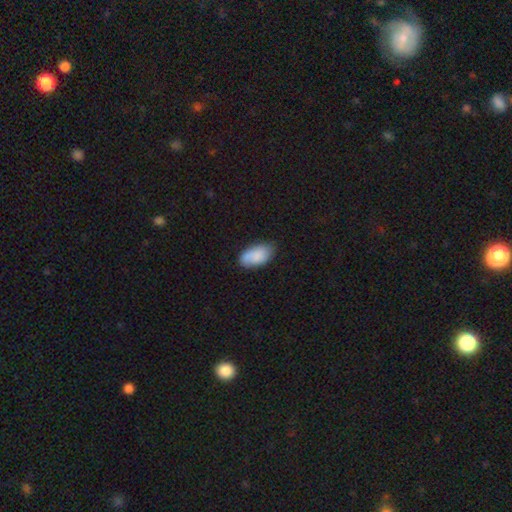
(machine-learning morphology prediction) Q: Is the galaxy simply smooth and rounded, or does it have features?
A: smooth — 85%.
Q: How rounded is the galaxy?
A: in between — 95%.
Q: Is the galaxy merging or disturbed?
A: none — 73%.